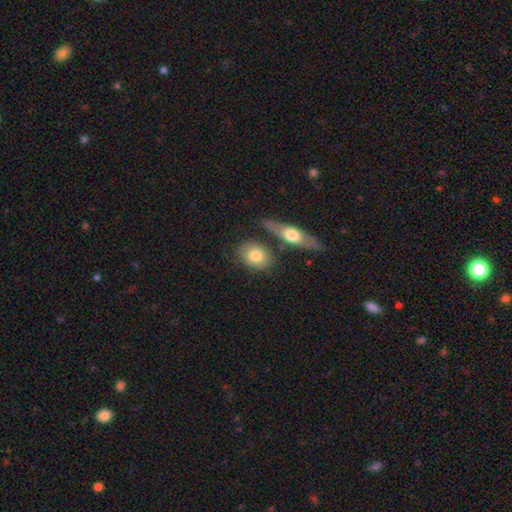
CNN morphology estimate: Smooth or featured: smooth — 75% (featured or disk — 19%)
How rounded: in between — 60% (round — 36%)
Merging: none — 72% (minor disturbance — 12%)